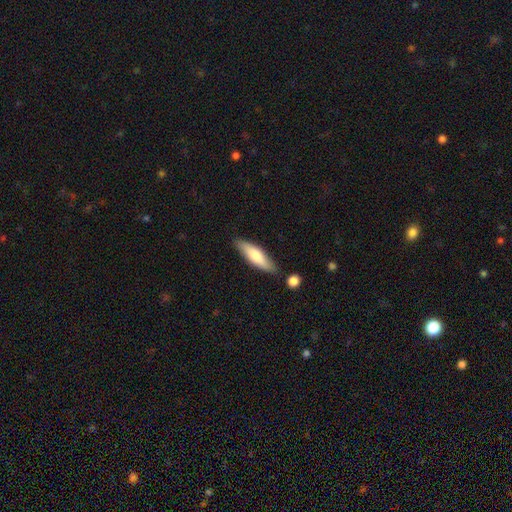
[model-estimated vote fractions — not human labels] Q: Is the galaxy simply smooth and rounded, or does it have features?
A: smooth — 70%.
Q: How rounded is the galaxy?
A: cigar-shaped — 60%.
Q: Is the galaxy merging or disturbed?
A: none — 80%.